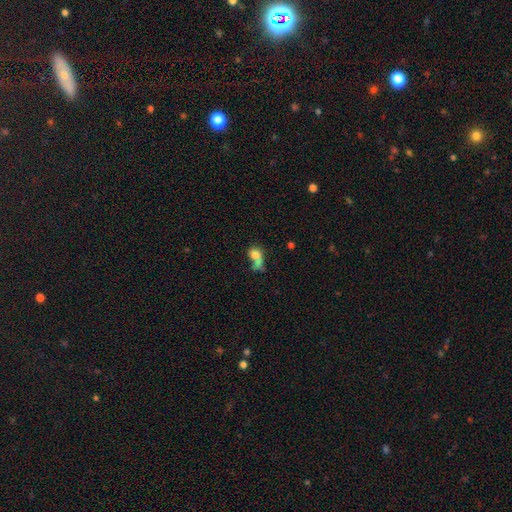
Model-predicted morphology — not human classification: type=smooth (72%); roundness=in between (61%); merging=merger (37%).